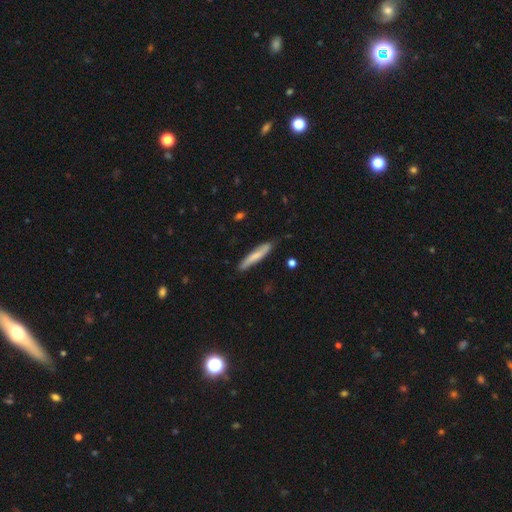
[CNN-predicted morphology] smooth-or-featured: smooth: 66% | featured or disk: 29% | star or artifact: 5%
  how-rounded: cigar-shaped: 90% | in between: 8% | round: 1%
  merging: none: 81% | minor disturbance: 15% | major disturbance: 2% | merger: 2%